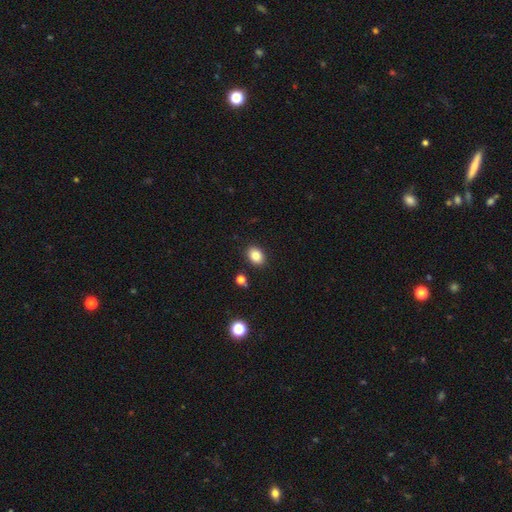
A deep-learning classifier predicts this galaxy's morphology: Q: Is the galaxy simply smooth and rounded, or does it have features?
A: smooth — 84%.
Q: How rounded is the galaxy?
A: in between — 73%.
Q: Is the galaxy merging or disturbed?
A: none — 88%.